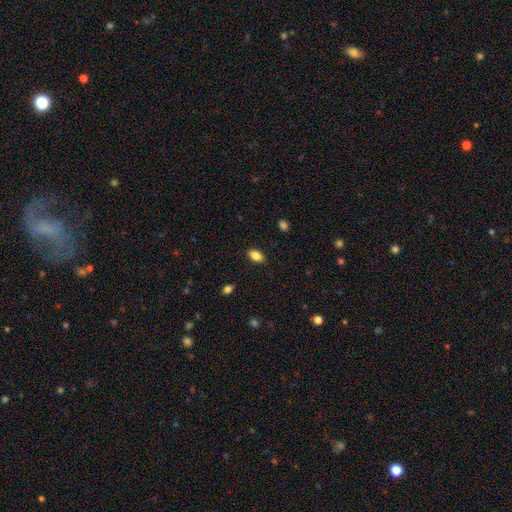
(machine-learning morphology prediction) Smooth or featured: smooth — 86% (star or artifact — 9%)
How rounded: in between — 89% (round — 9%)
Merging: none — 88% (minor disturbance — 9%)